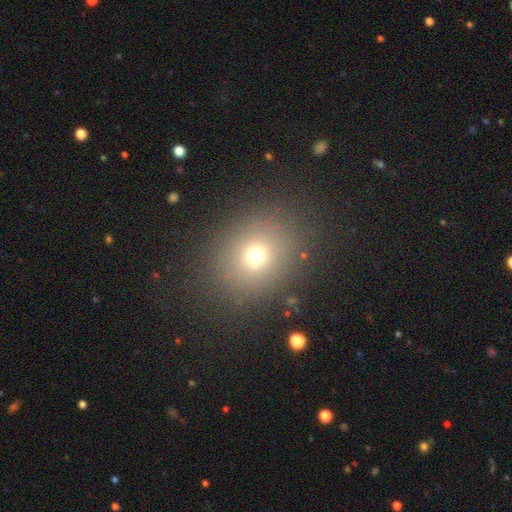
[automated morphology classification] A smooth galaxy with no disk features (68%) that is round (67%).

Vote fractions:
- Smooth or featured? smooth: 68% / star or artifact: 20% / featured or disk: 12%
- How rounded? round: 67% / in between: 32% / cigar-shaped: 1%
- Merging? none: 84% / minor disturbance: 9% / major disturbance: 5% / merger: 2%